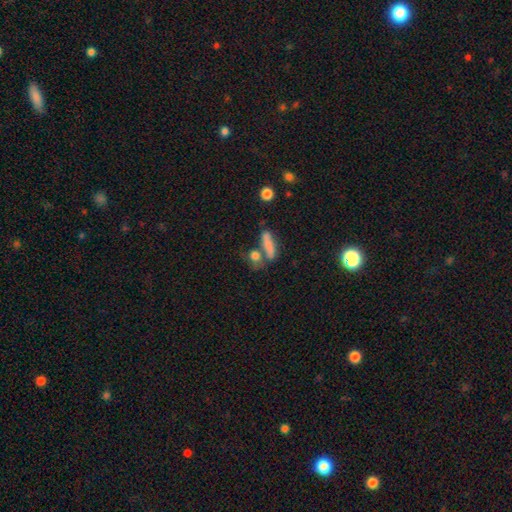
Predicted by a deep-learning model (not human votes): This is likely a smooth galaxy (73%). How rounded: marginally in between (38%). Merging: possibly none (47%).